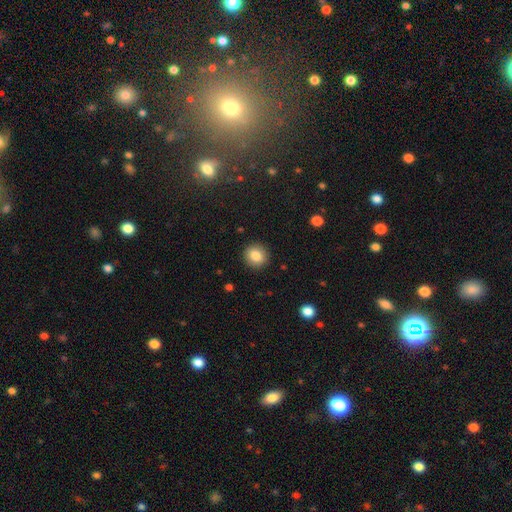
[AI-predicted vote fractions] A smooth galaxy with no disk features (84%) that is round (87%). Merging: none (91%).